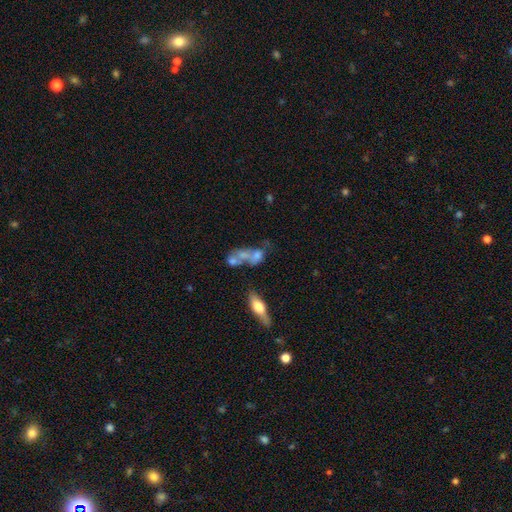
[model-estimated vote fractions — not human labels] Smooth or featured? smooth (44%)
Merging? merger (52%)